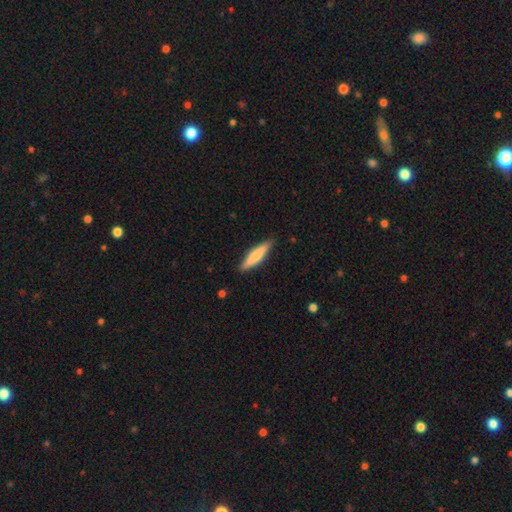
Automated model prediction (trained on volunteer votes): This appears to be a smooth galaxy with no disk features (70%) that is cigar-shaped (82%). Merging: none (88%).